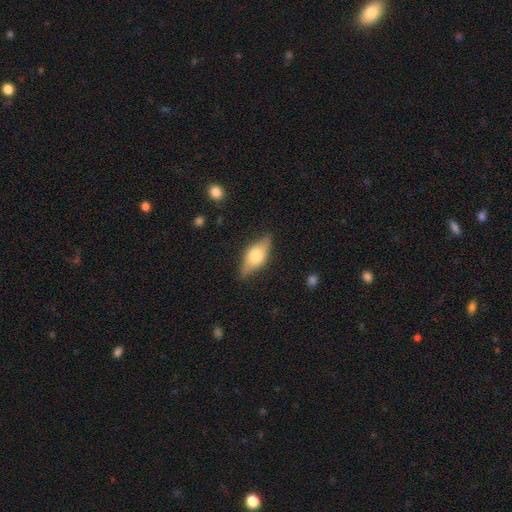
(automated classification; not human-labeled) This is possibly a smooth galaxy (57%). How rounded: likely in between (80%). Merging: likely none (78%).